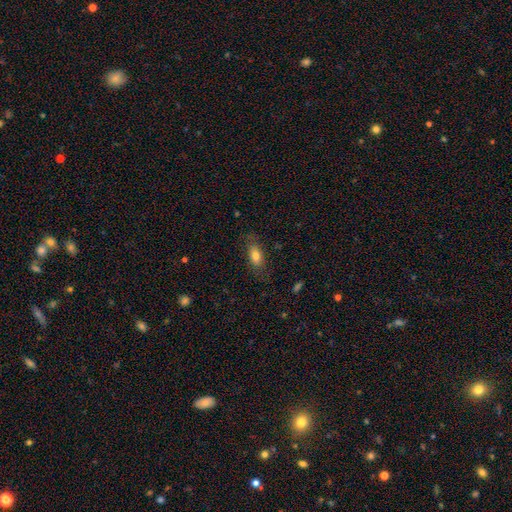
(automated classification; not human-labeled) smooth_or_featured: smooth (p=0.75) [alt: featured or disk p=0.17]
how_rounded: in between (p=0.84) [alt: cigar-shaped p=0.11]
merging: none (p=0.75) [alt: minor disturbance p=0.17]